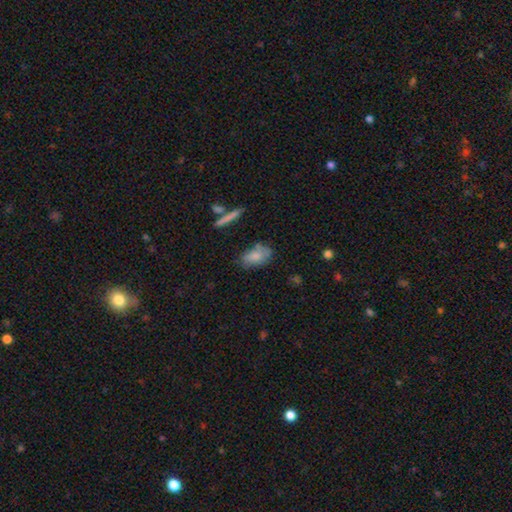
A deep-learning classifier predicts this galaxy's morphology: This is likely a smooth galaxy (75%). How rounded: clearly in between (90%). Merging: likely none (62%).